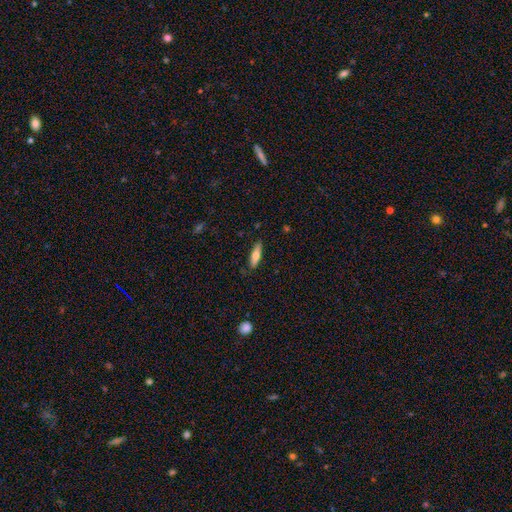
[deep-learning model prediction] Q: Smooth or featured?
A: smooth (67%); runner-up: featured or disk (27%)
Q: How rounded?
A: cigar-shaped (58%); runner-up: in between (40%)
Q: Merging?
A: none (84%); runner-up: minor disturbance (13%)